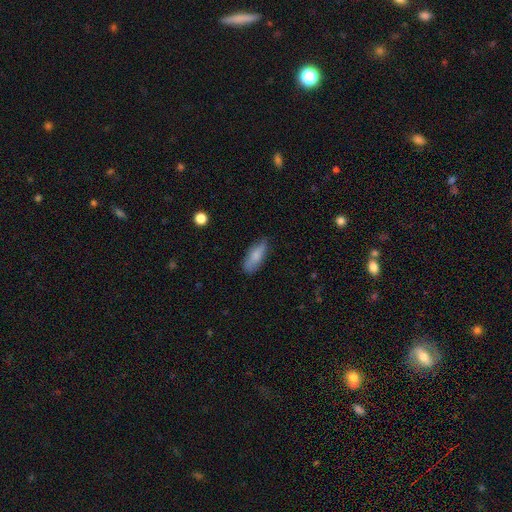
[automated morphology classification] This is clearly a smooth galaxy (80%). How rounded: likely in between (63%). Merging: likely none (76%).